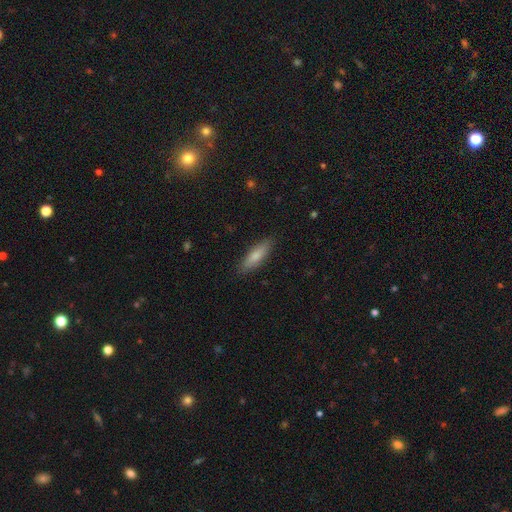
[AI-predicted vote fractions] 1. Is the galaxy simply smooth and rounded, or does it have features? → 76% smooth, 18% featured or disk, 6% star or artifact.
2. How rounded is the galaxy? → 60% cigar-shaped, 38% in between, 2% round.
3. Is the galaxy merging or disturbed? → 86% none, 10% minor disturbance, 2% major disturbance, 1% merger.